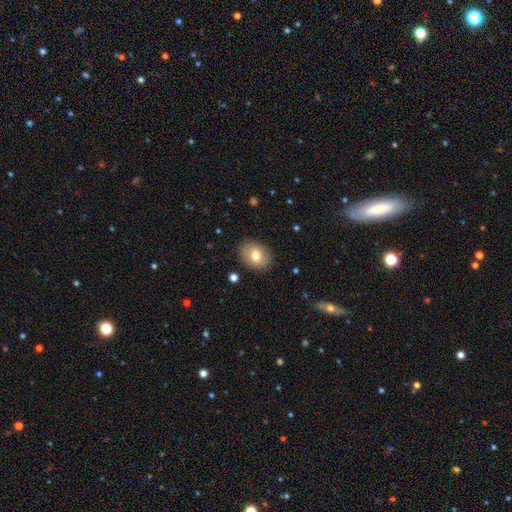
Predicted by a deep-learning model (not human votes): Q: Smooth or featured?
A: smooth (76%); runner-up: featured or disk (16%)
Q: How rounded?
A: in between (64%); runner-up: round (35%)
Q: Merging?
A: none (88%); runner-up: minor disturbance (9%)